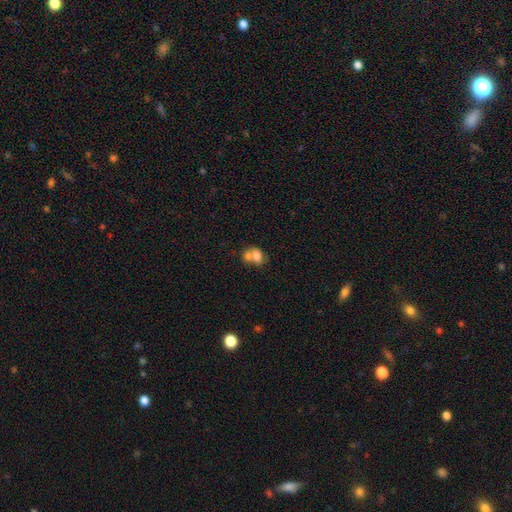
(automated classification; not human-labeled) The model was most divided on "how rounded": in between: 65%, round: 34%, cigar-shaped: 1%. More confident: smooth or featured — smooth (73%); merging — merger (63%).